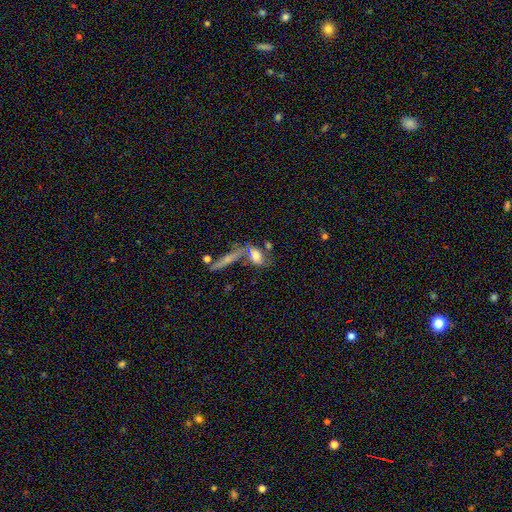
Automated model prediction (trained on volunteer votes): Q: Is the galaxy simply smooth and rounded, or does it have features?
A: smooth — 65%.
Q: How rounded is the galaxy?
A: in between — 78%.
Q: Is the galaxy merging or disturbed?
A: none — 43%.